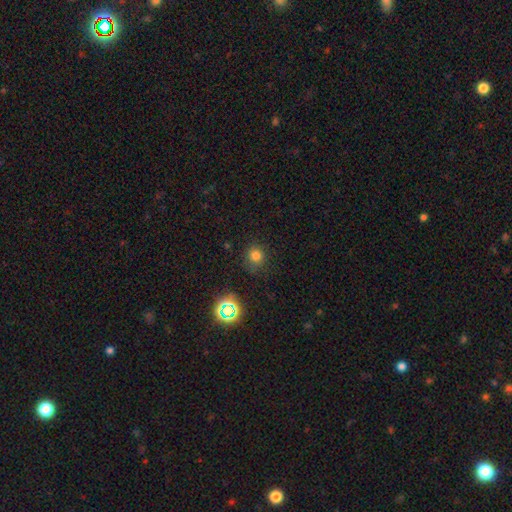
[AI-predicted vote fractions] smooth-or-featured: smooth: 75% | star or artifact: 20% | featured or disk: 5%
  how-rounded: round: 90% | in between: 9% | cigar-shaped: 1%
  merging: none: 83% | minor disturbance: 11% | major disturbance: 4% | merger: 2%